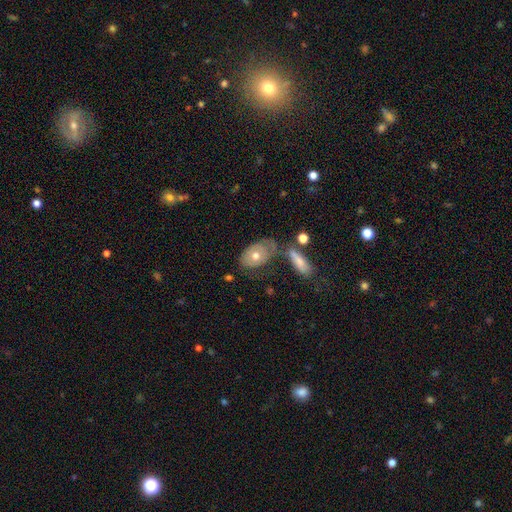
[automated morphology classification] type=smooth (52%); roundness=in between (85%); merging=none (40%).